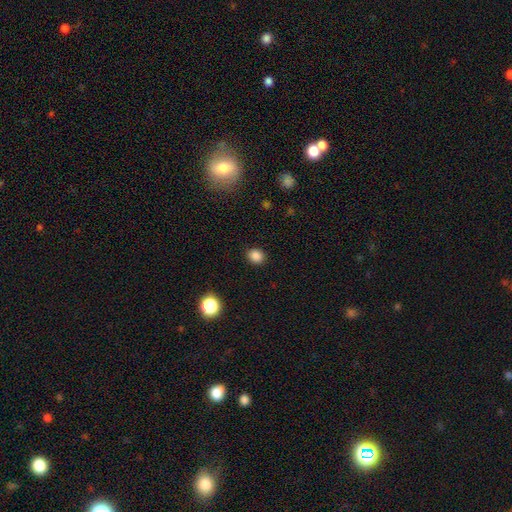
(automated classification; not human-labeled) Smooth or featured? smooth (85%)
How rounded? round (66%)
Merging? none (89%)